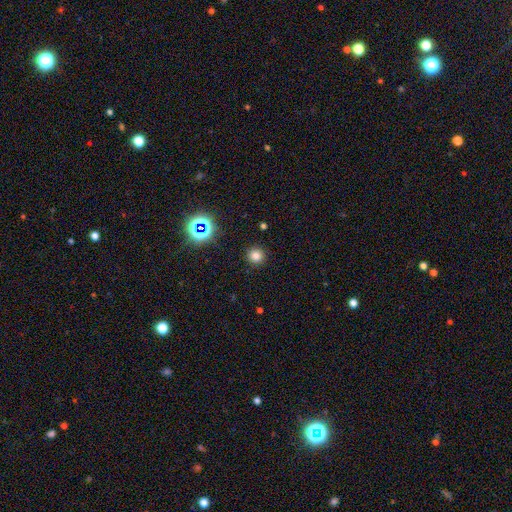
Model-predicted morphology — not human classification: The model was most divided on "smooth or featured": smooth: 77%, star or artifact: 18%, featured or disk: 5%. More confident: how rounded — round (95%); merging — none (91%).